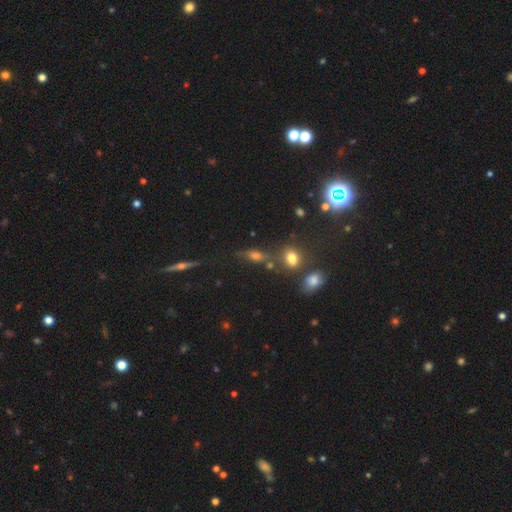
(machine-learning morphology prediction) This is possibly a smooth galaxy (50%). How rounded: possibly in between (57%). Merging: possibly none (60%).